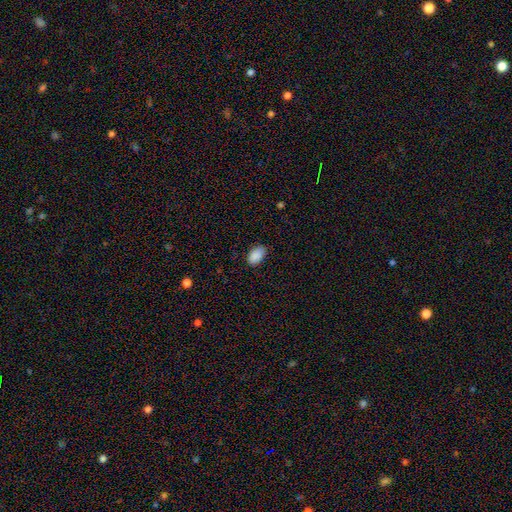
A smooth galaxy with no disk features (84%) that is in between round and cigar-shaped (94%). Merging: none (83%).